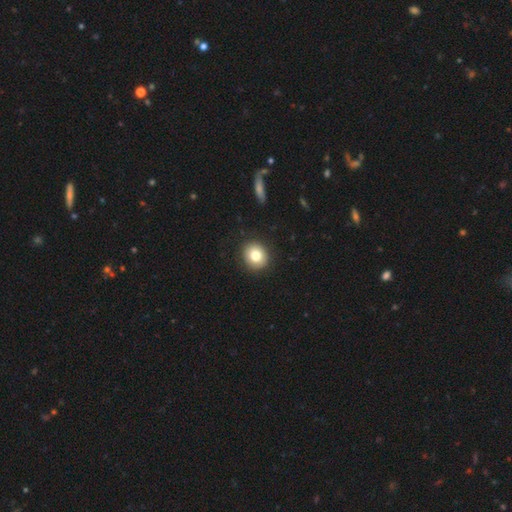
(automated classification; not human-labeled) This is clearly a smooth galaxy (80%). How rounded: clearly round (80%). Merging: clearly none (90%).